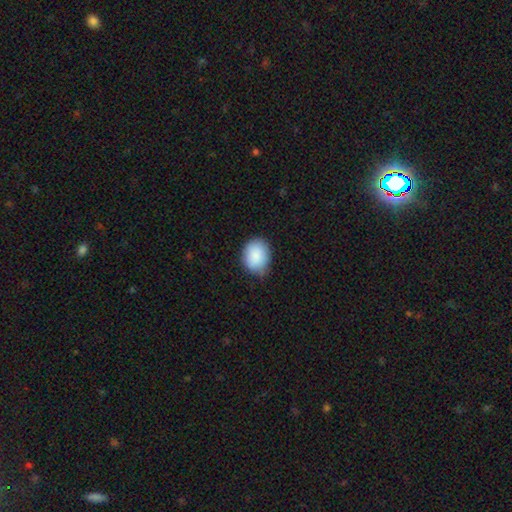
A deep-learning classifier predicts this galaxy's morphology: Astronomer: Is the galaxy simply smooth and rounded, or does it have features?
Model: smooth — 89%.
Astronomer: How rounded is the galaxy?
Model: in between — 53% (runner-up: round, 46%).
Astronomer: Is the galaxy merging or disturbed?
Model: none — 75%.